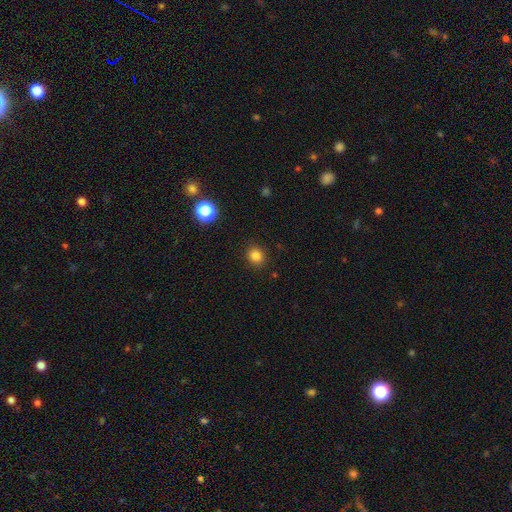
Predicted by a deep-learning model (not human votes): Smooth or featured: smooth — 83% (star or artifact — 13%)
How rounded: round — 77% (in between — 22%)
Merging: none — 90% (minor disturbance — 7%)